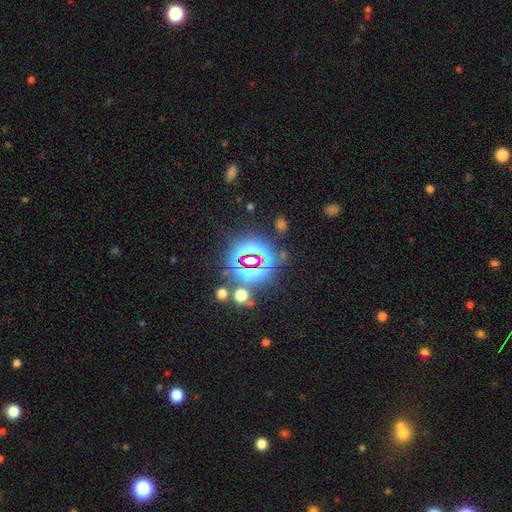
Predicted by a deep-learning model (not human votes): This appears to be a star or artifact, not a galaxy (72%).